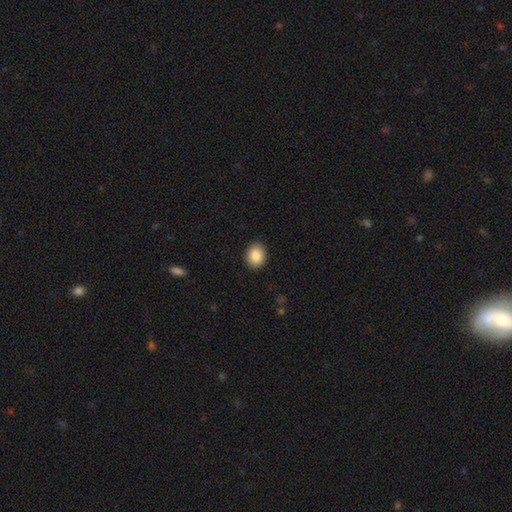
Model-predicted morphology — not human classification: smooth 88%, star or artifact 8%, featured or disk 4%. Down the decision tree: how rounded — round (50%); merging — none (89%).